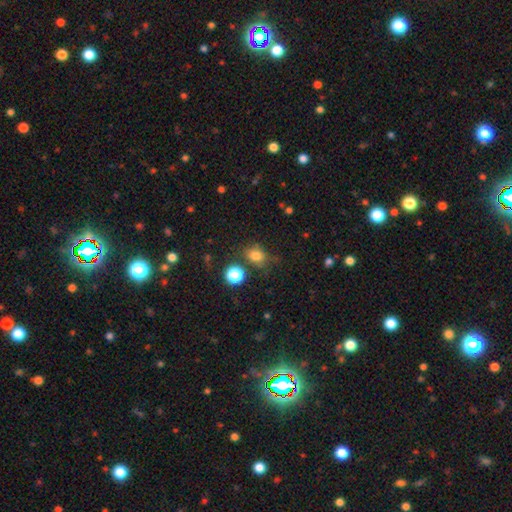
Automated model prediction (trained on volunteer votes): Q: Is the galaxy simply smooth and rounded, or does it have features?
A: smooth — 78%.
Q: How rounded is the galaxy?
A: in between — 52%.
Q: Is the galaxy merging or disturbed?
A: none — 67%.